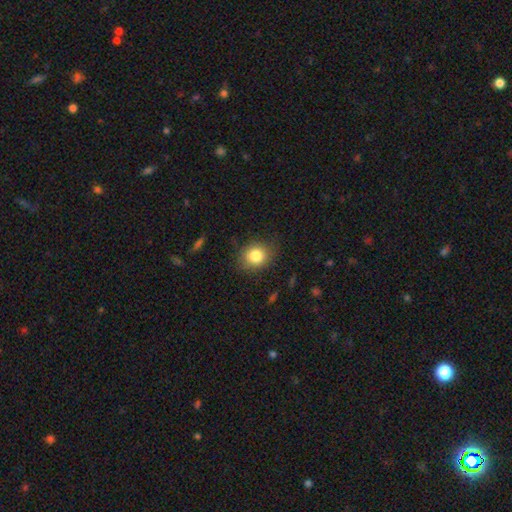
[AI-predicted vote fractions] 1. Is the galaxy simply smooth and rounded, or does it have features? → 82% smooth, 10% star or artifact, 8% featured or disk.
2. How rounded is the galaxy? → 69% round, 31% in between, 1% cigar-shaped.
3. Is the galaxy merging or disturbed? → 80% none, 15% minor disturbance, 4% major disturbance, 1% merger.